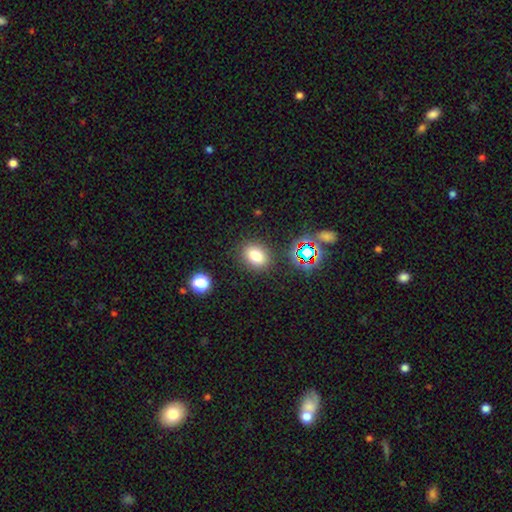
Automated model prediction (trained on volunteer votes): smooth-or-featured: smooth: 76% | star or artifact: 16% | featured or disk: 8%
  how-rounded: in between: 61% | round: 38% | cigar-shaped: 1%
  merging: none: 85% | minor disturbance: 9% | major disturbance: 3% | merger: 3%